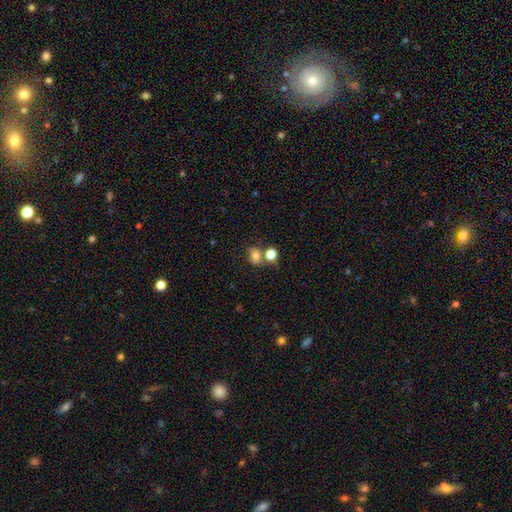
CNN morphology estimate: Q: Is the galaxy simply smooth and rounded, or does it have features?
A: smooth — 75%.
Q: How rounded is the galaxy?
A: round — 57%.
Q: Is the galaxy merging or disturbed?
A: none — 53%.